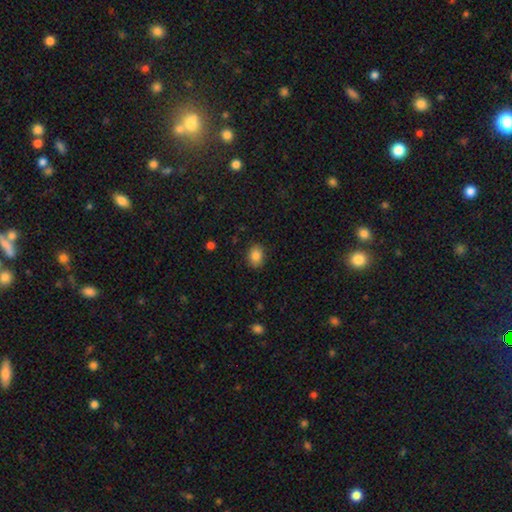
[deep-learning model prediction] This is clearly a smooth galaxy (85%). How rounded: likely in between (60%). Merging: clearly none (86%).